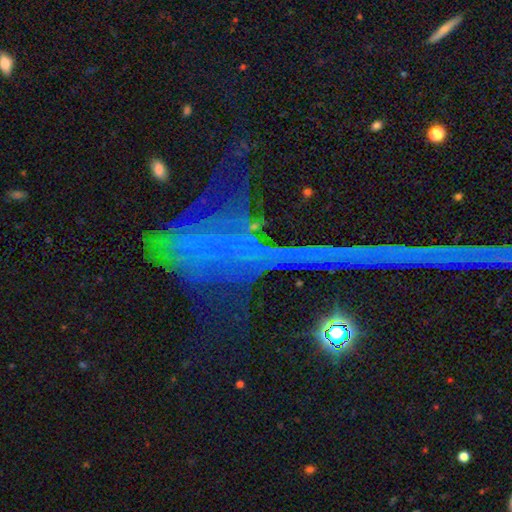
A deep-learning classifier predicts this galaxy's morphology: Smooth or featured? star or artifact (65%)